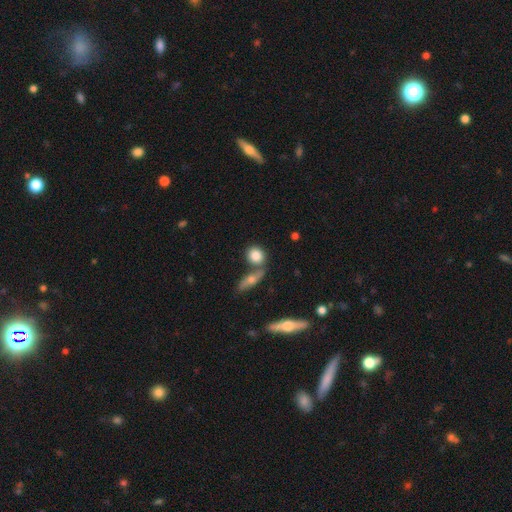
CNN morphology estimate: smooth-or-featured: smooth: 82% | featured or disk: 11% | star or artifact: 8%
  how-rounded: round: 68% | in between: 28% | cigar-shaped: 4%
  merging: none: 57% | merger: 29% | minor disturbance: 10% | major disturbance: 4%